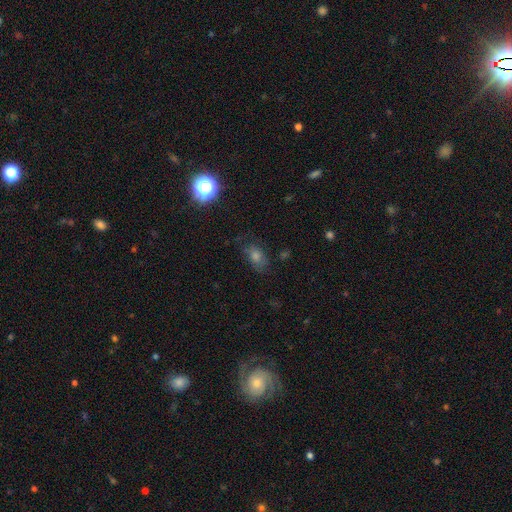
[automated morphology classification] A smooth galaxy with no disk features (52%) that is in between round and cigar-shaped (70%).

Vote fractions:
- Smooth or featured? smooth: 52% / star or artifact: 30% / featured or disk: 18%
- How rounded? in between: 70% / round: 27% / cigar-shaped: 3%
- Merging? none: 69% / minor disturbance: 20% / major disturbance: 9% / merger: 2%